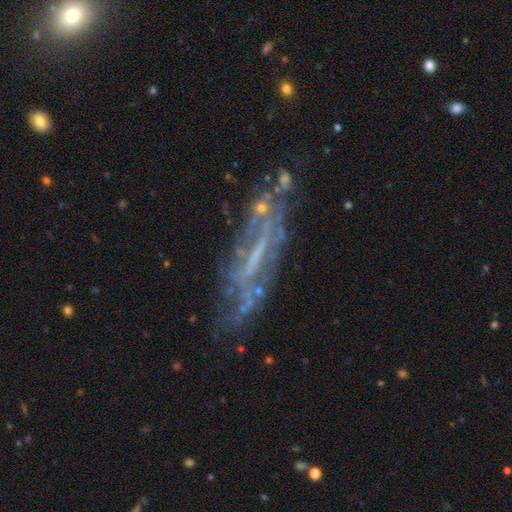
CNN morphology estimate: featured or disk 75%, smooth 13%, star or artifact 13%. Down the decision tree: edge-on disk — no (67%); bar — strong (39%); spiral arms — yes (65%); bulge size — none (50%); merging — none (62%).